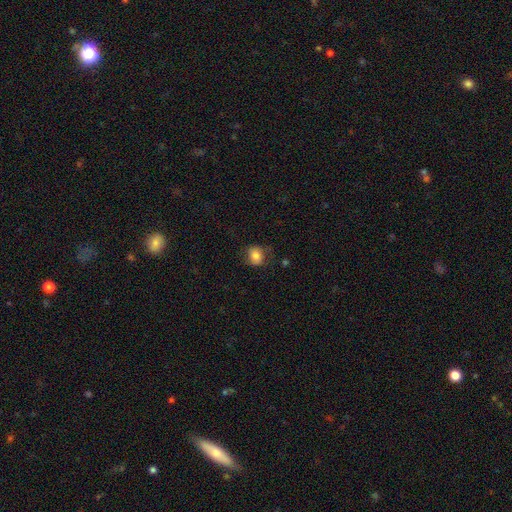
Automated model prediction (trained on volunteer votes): smooth 78%, featured or disk 12%, star or artifact 9%. Down the decision tree: how rounded — round (59%); merging — none (69%).